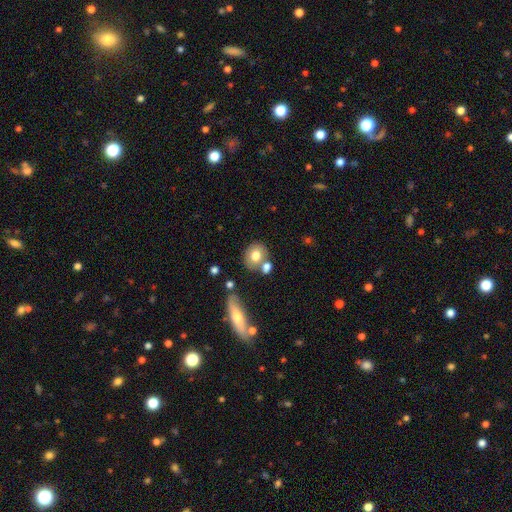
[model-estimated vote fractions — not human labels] Morphology: type=smooth (73%); roundness=round (66%); merging=none (61%).